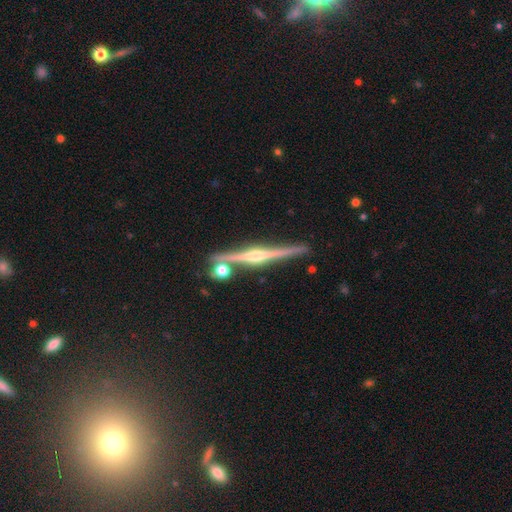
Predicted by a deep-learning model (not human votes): A featured or disk galaxy (83%) viewed edge-on (98%) with a rounded central bulge (83%). Merging: none (82%).